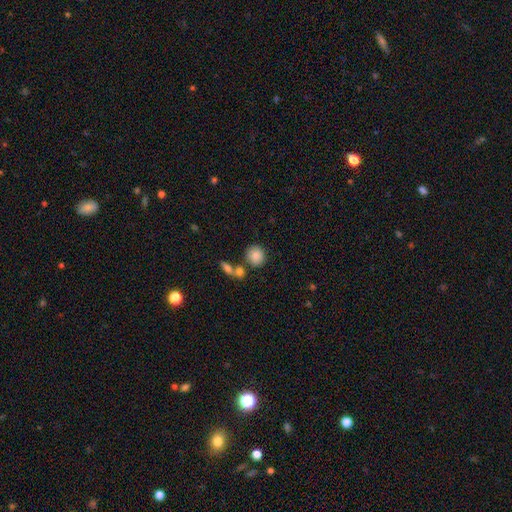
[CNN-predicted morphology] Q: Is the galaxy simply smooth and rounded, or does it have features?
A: smooth — 86%.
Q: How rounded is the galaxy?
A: round — 84%.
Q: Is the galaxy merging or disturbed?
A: none — 69%.